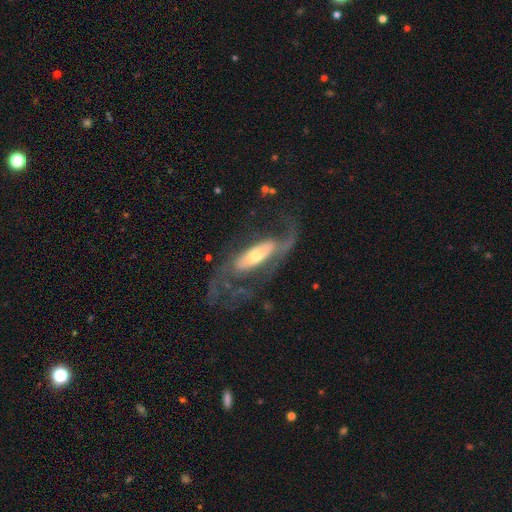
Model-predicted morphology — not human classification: A featured or disk galaxy (77%) with no bar (41%), 2 (73%) loose (46%) spiral arms (83%) and a moderate central bulge (53%). Merging: none (47%).